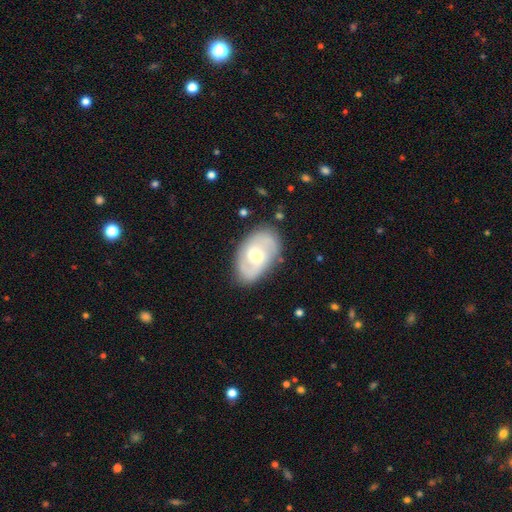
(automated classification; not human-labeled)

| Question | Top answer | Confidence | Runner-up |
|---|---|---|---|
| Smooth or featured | featured or disk | 68% | smooth (26%) |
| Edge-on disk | no | 95% | yes (5%) |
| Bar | no | 52% | weak (38%) |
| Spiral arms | yes | 78% | no (22%) |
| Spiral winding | medium | 41% | tight (34%) |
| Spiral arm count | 2 | 75% | can't tell (16%) |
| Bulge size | moderate | 69% | small (24%) |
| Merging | none | 81% | minor disturbance (14%) |